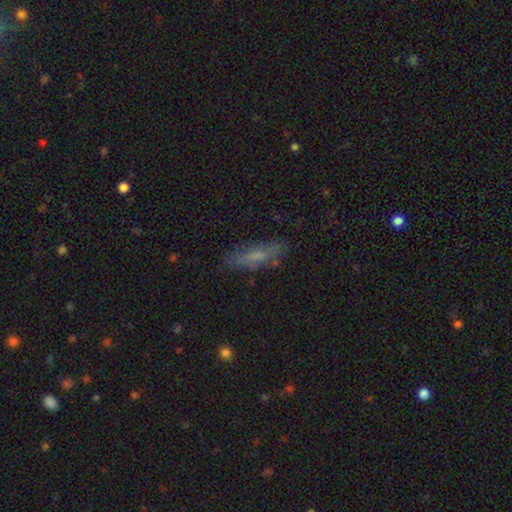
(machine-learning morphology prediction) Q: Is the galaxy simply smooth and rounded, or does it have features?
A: smooth — 58%.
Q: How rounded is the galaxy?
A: cigar-shaped — 71%.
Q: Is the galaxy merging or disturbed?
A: none — 77%.